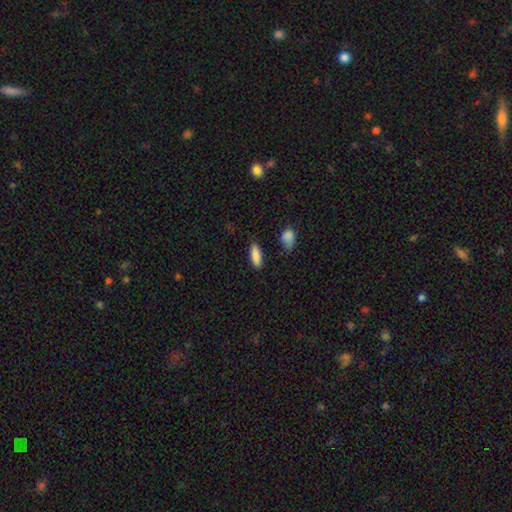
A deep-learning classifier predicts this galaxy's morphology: A smooth galaxy with no disk features (87%) that is in between round and cigar-shaped (59%).

Vote fractions:
- Smooth or featured? smooth: 87% / star or artifact: 7% / featured or disk: 6%
- How rounded? in between: 59% / cigar-shaped: 39% / round: 2%
- Merging? none: 80% / minor disturbance: 14% / major disturbance: 3% / merger: 3%